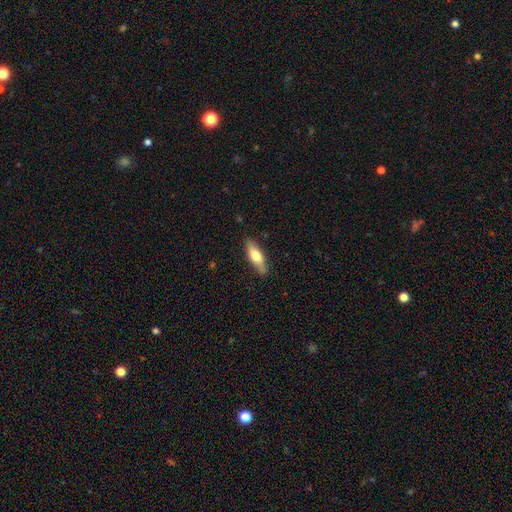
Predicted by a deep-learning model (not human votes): Smooth or featured? Predicted: smooth (p=0.66). How rounded? Predicted: in between (p=0.53). Merging? Predicted: none (p=0.84).